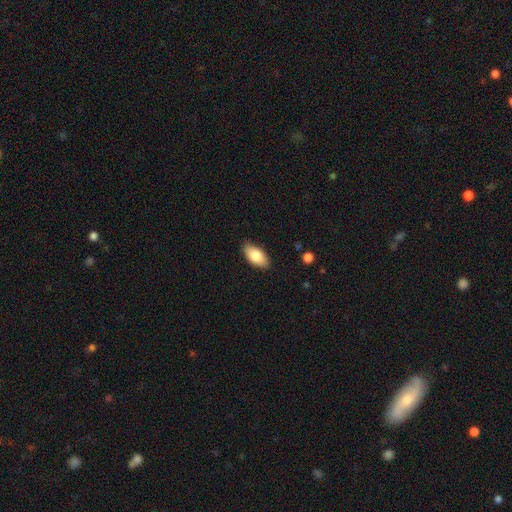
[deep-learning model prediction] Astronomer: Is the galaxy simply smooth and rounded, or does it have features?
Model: smooth — 80%.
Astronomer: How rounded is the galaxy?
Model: in between — 93%.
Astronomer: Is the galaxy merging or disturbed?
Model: none — 86%.